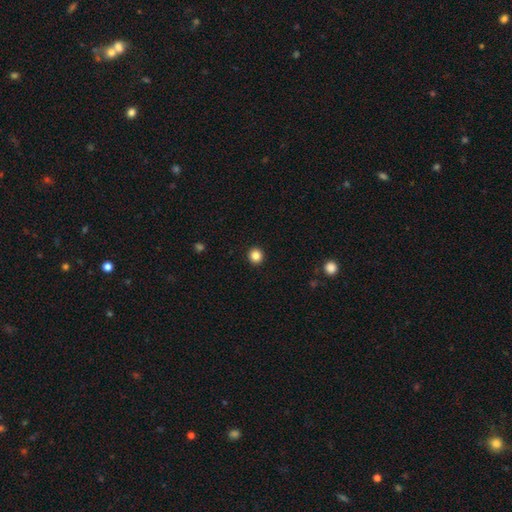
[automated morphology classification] Smooth or featured: smooth — 85% (star or artifact — 11%)
How rounded: round — 93% (in between — 6%)
Merging: none — 93% (minor disturbance — 4%)